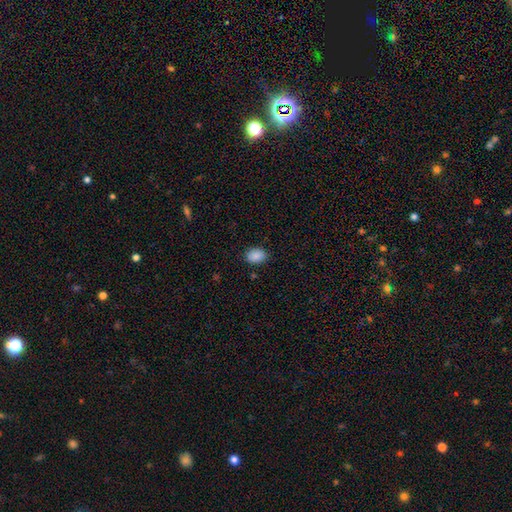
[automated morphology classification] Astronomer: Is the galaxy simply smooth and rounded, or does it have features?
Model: smooth — 89%.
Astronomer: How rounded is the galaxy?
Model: in between — 71%.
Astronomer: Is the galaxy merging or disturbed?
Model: none — 85%.